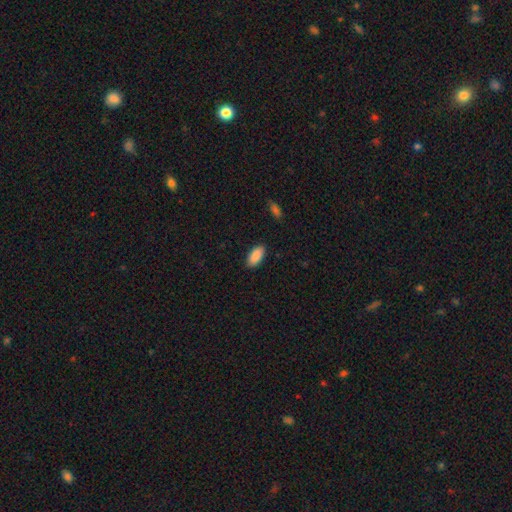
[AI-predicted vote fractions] Morphology: type=smooth (90%); roundness=in between (91%); merging=none (88%).